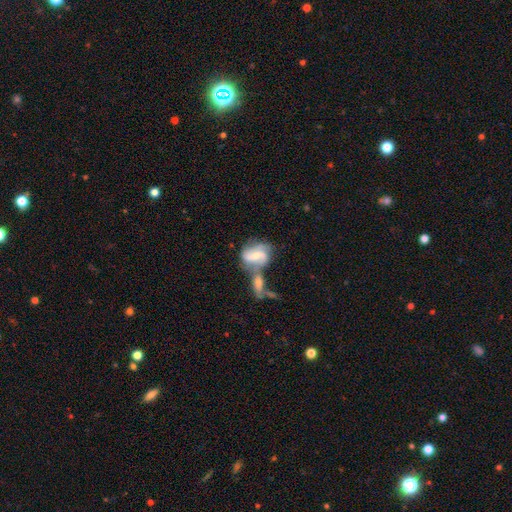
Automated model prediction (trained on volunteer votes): A featured or disk galaxy (69%) with a weak bar (43%), 2 (66%) medium (45%) spiral arms (88%) and a moderate central bulge (46%, tied with small). Merging: merger (55%).